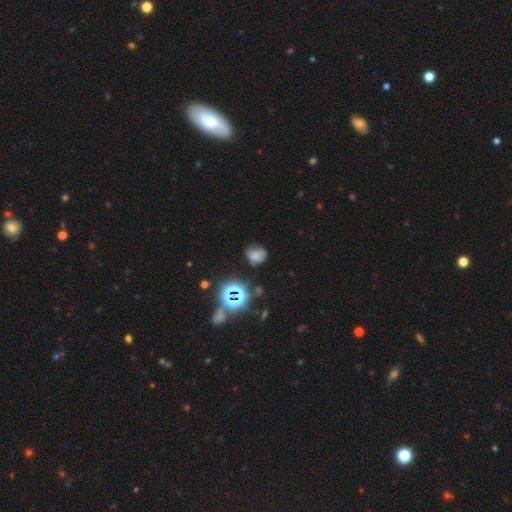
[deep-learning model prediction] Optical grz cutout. It shows a smooth galaxy with no disk features (60%) that is round (54%). Merging: none (54%).